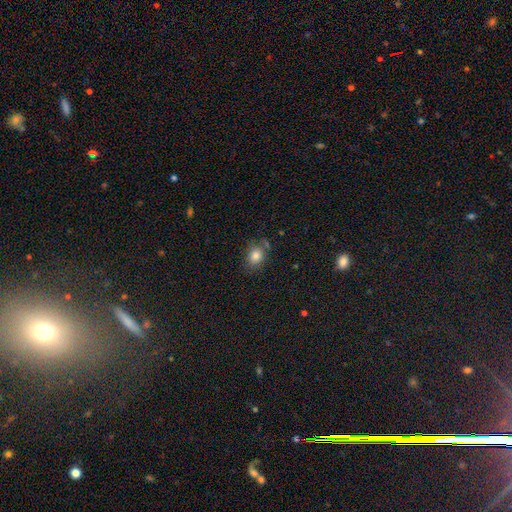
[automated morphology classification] type=smooth (83%); roundness=round (49%, tied with in between); merging=none (72%).